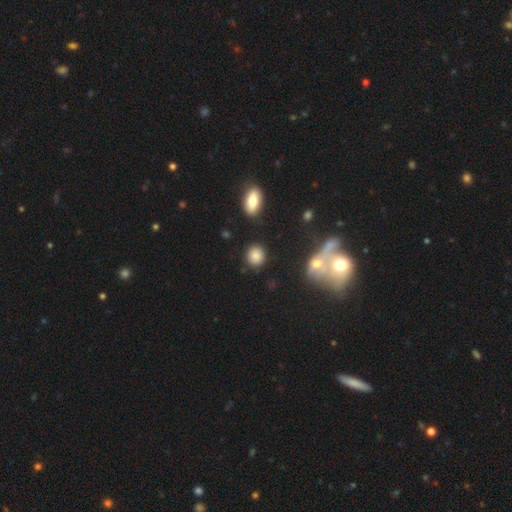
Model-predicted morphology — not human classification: A smooth galaxy with no disk features (83%) that is round (81%). Merging: none (85%).